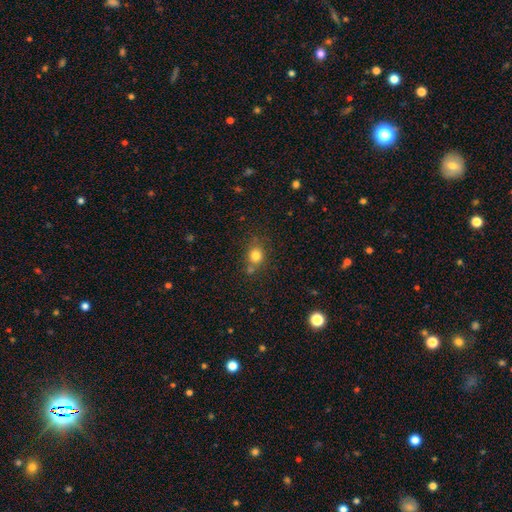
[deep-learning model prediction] This appears to be a smooth galaxy with no disk features (79%) that is round (72%). Merging: none (65%).